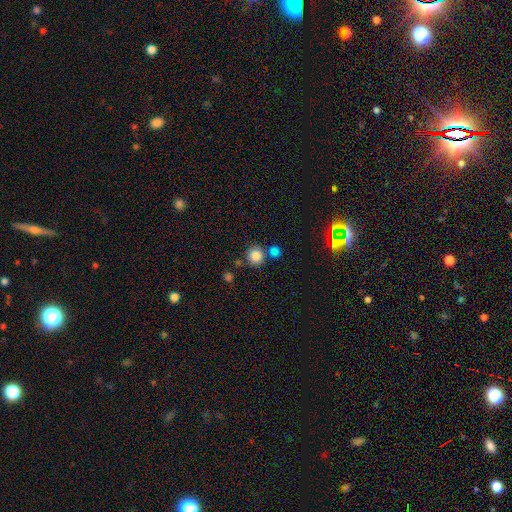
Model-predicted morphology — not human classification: type=smooth (84%); roundness=round (91%); merging=none (67%).